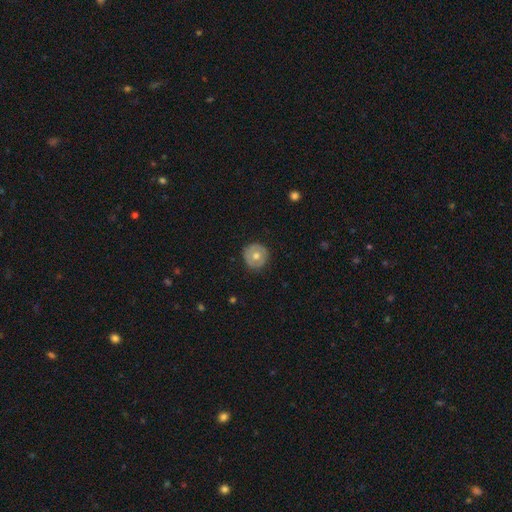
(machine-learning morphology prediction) This appears to be a smooth galaxy with no disk features (57%) that is round (94%). Merging: none (85%).